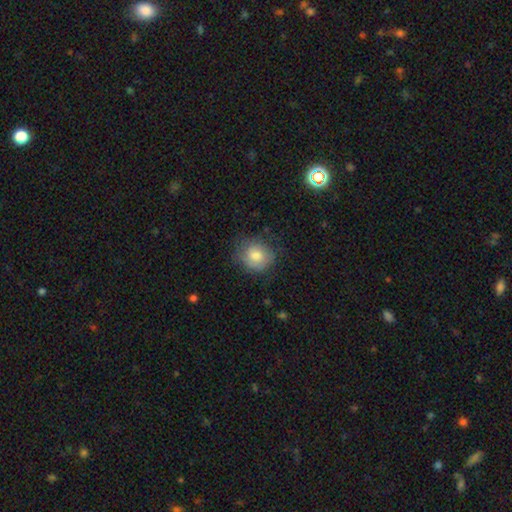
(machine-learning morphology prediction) This is likely a smooth galaxy (74%). How rounded: likely round (76%). Merging: likely none (68%).